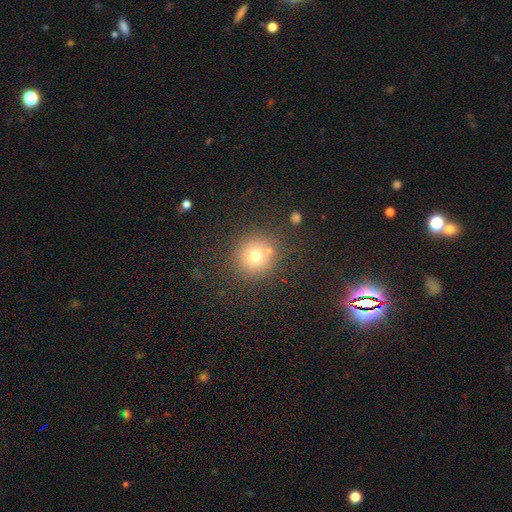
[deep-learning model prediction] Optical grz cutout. It shows a smooth galaxy with no disk features (74%) that is round (90%). Merging: none (78%).